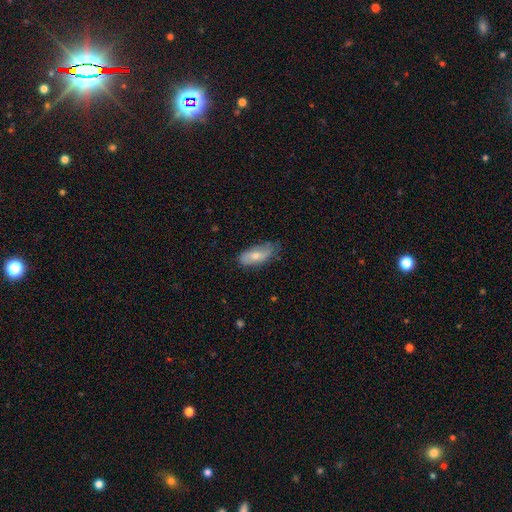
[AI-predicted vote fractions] This appears to be a smooth galaxy with no disk features (65%) that is in between round and cigar-shaped (85%). Merging: none (60%).